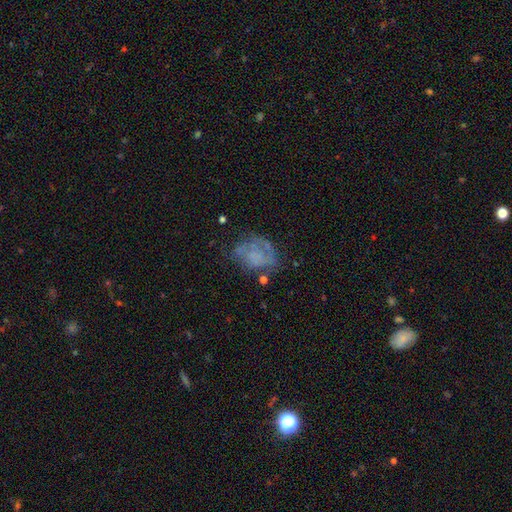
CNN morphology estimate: type=featured or disk (49%); merging=none (45%).